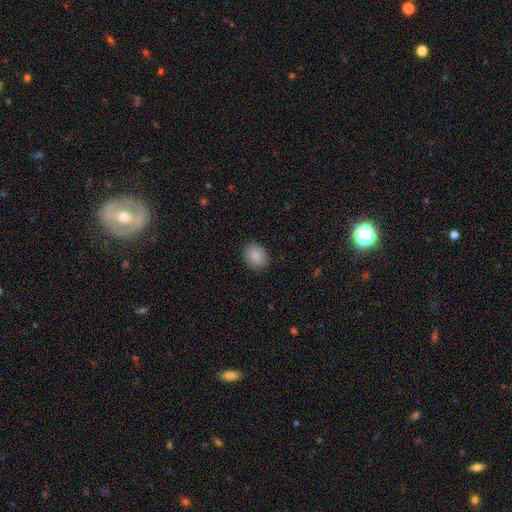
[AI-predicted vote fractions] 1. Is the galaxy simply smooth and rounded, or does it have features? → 87% smooth, 8% star or artifact, 5% featured or disk.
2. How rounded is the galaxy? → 55% round, 44% in between, 1% cigar-shaped.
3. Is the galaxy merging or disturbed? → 88% none, 8% minor disturbance, 2% major disturbance, 1% merger.